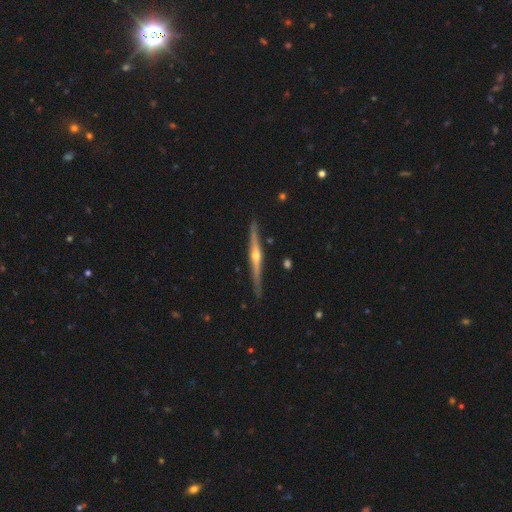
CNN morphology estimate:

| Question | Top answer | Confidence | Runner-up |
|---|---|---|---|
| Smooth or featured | featured or disk | 79% | smooth (15%) |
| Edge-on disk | yes | 98% | no (2%) |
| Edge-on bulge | rounded | 91% | none (6%) |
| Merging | none | 86% | minor disturbance (10%) |